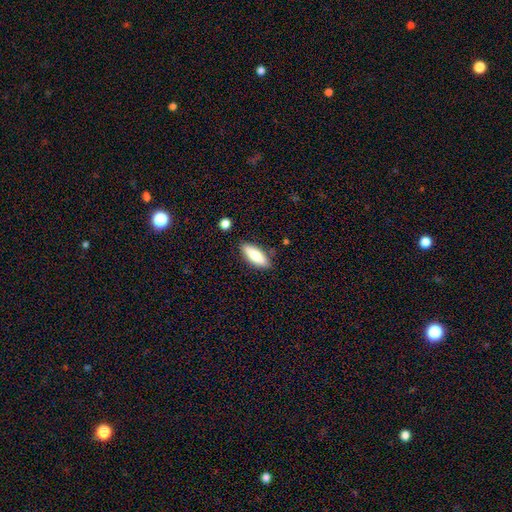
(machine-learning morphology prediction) type=smooth (77%); roundness=in between (62%); merging=none (83%).